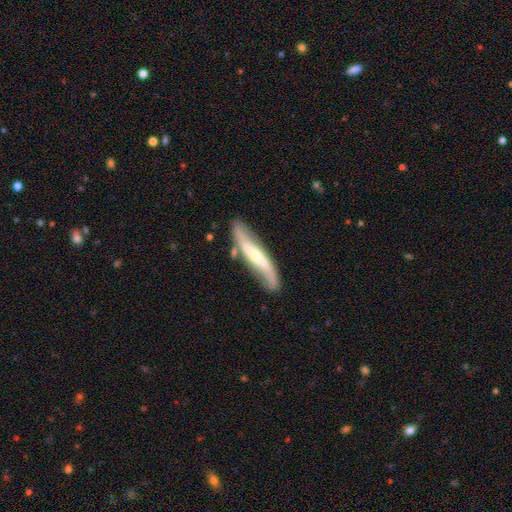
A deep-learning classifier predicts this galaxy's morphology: smooth-or-featured: featured or disk: 69% | smooth: 25% | star or artifact: 5%
  disk-edge-on: no: 58% | yes: 42%
  merging: none: 73% | minor disturbance: 17% | major disturbance: 5% | merger: 5%